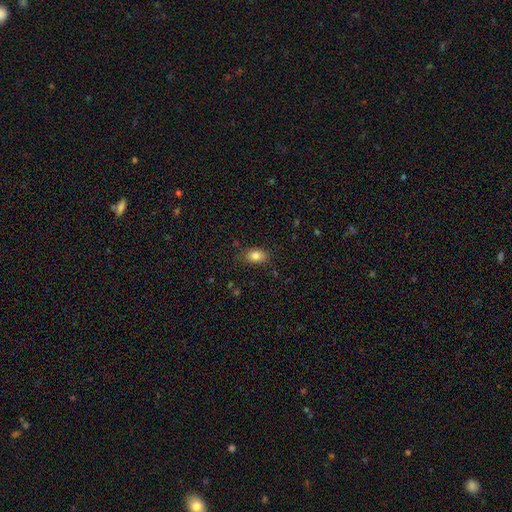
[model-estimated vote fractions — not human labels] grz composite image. It shows a smooth galaxy with no disk features (84%) that is in between round and cigar-shaped (83%). Merging: none (80%).